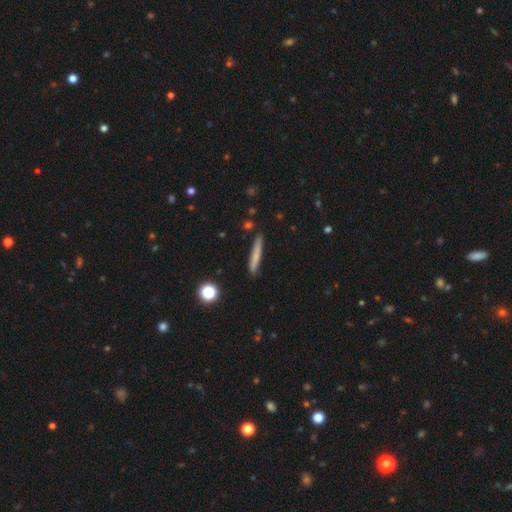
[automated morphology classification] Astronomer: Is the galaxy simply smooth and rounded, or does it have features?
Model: smooth — 70%.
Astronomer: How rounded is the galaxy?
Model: cigar-shaped — 94%.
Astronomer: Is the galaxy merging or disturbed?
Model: none — 86%.